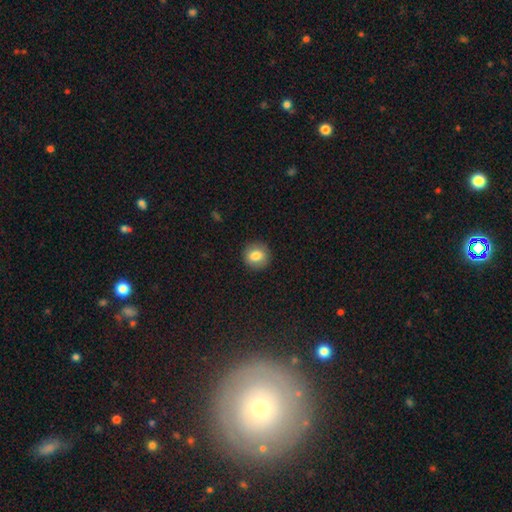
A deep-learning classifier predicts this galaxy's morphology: Smooth or featured? Predicted: smooth (p=0.82). How rounded? Predicted: round (p=0.86). Merging? Predicted: none (p=0.90).